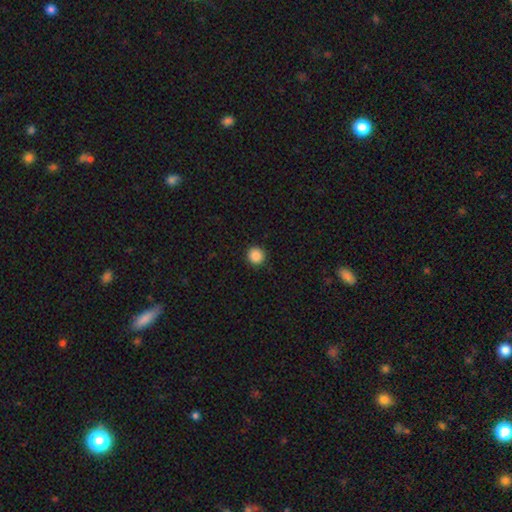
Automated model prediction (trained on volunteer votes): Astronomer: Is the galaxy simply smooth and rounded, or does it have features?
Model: smooth — 88%.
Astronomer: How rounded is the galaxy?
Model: round — 95%.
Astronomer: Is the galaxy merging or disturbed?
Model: none — 92%.